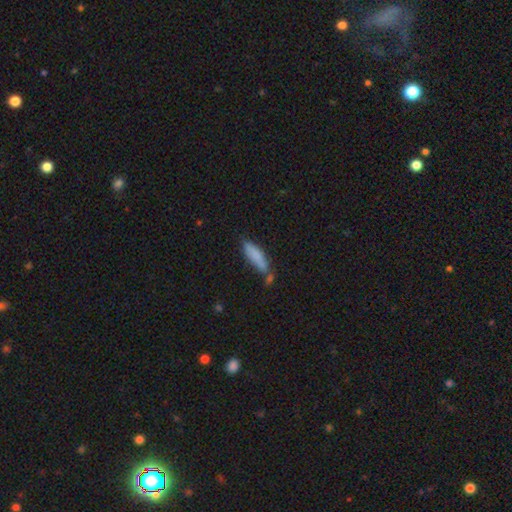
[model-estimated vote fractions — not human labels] This appears to be a smooth galaxy with no disk features (80%) that is cigar-shaped (67%). Merging: none (57%).